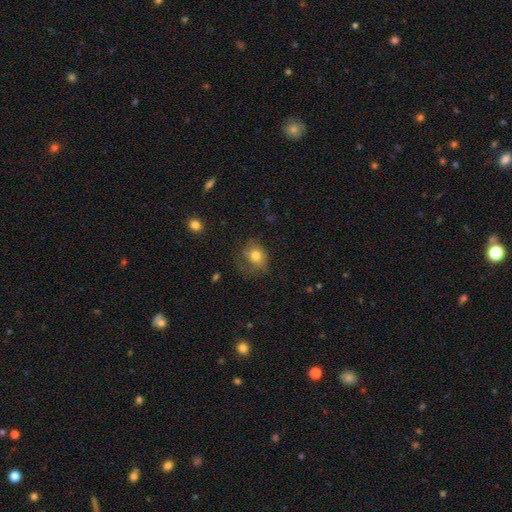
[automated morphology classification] This appears to be a smooth galaxy with no disk features (72%) that is round (50%). Merging: none (45%).